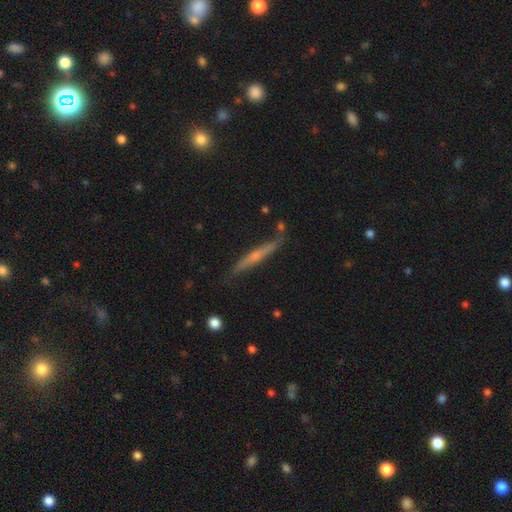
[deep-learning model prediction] Smooth or featured? featured or disk (62%)
Edge-on disk? yes (95%)
Edge-on bulge? rounded (57%)
Merging? none (79%)